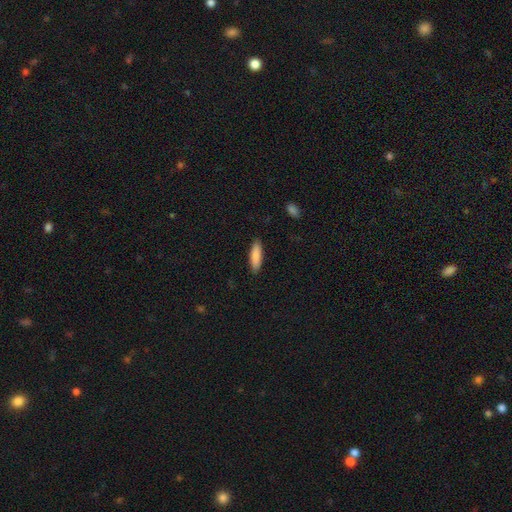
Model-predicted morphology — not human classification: This is clearly a smooth galaxy (87%). How rounded: possibly cigar-shaped (60%). Merging: clearly none (89%).